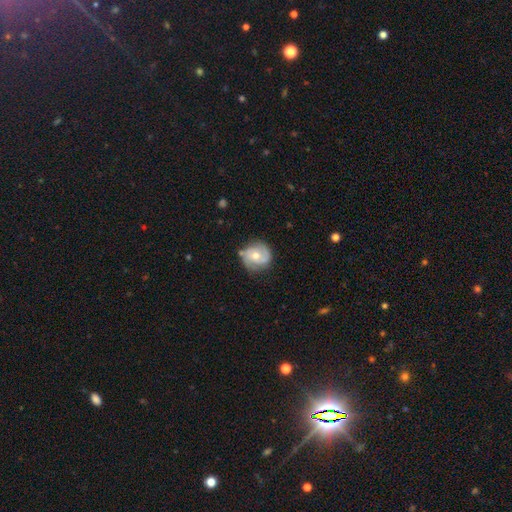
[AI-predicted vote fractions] Morphology: type=featured or disk (64%); edge-on=no (97%); bar=no (67%); spiral arms=yes (86%); winding=medium (42%); arm count=2 (71%); bulge=moderate (65%); merging=none (72%).